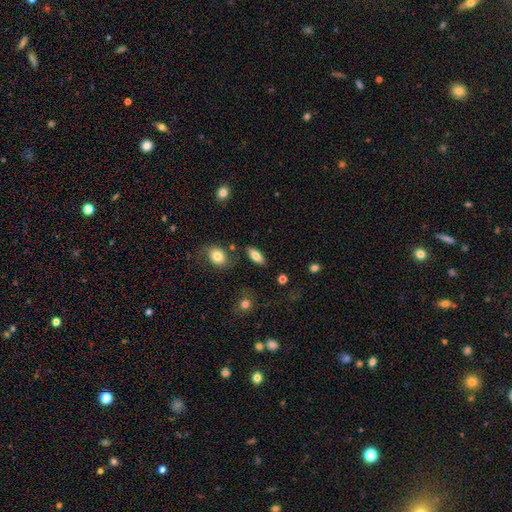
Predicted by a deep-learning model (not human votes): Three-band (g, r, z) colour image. It shows a smooth galaxy with no disk features (78%) that is in between round and cigar-shaped (79%). Merging: none (81%).